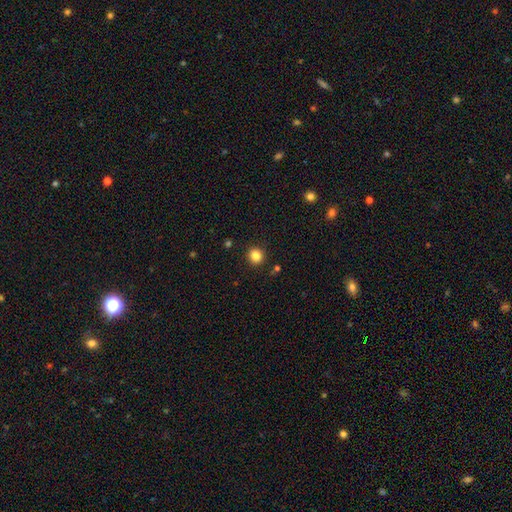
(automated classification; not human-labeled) Smooth or featured? Predicted: smooth (p=0.84). How rounded? Predicted: round (p=0.91). Merging? Predicted: none (p=0.91).